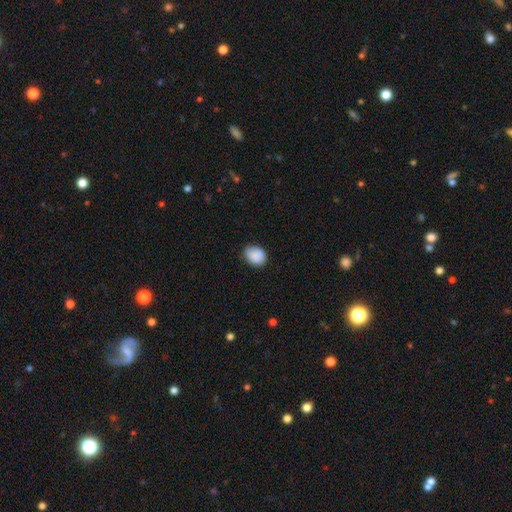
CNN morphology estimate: Smooth or featured?
  - smooth: 89% *
  - star or artifact: 7%
  - featured or disk: 4%
How rounded?
  - in between: 58% *
  - round: 41%
  - cigar-shaped: 1%
Merging?
  - none: 78% *
  - minor disturbance: 18%
  - major disturbance: 3%
  - merger: 1%